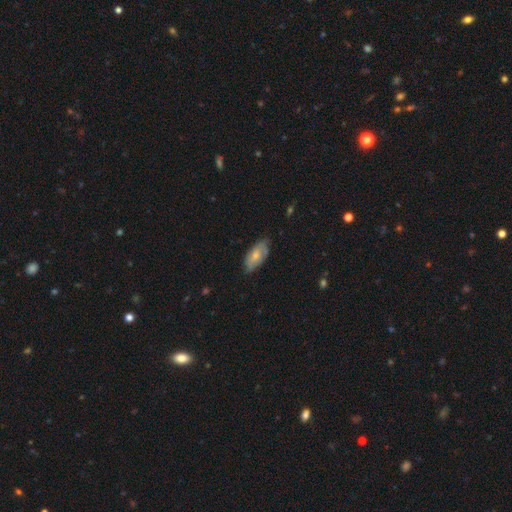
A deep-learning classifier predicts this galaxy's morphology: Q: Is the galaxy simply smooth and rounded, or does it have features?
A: smooth — 63%.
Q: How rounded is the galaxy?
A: in between — 90%.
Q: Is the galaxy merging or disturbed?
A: none — 70%.